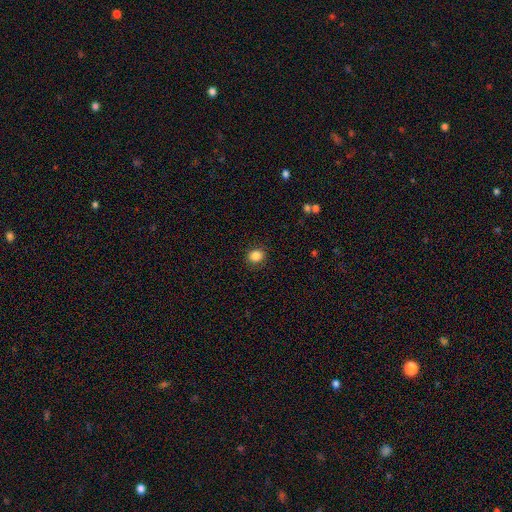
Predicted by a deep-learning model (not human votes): Overall: smooth (86%). How rounded: round (76%). Merging: none (88%).